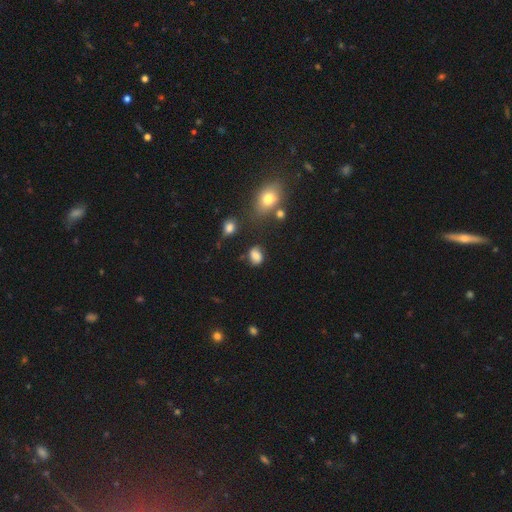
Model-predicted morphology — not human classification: type=smooth (80%); roundness=in between (67%); merging=none (66%).